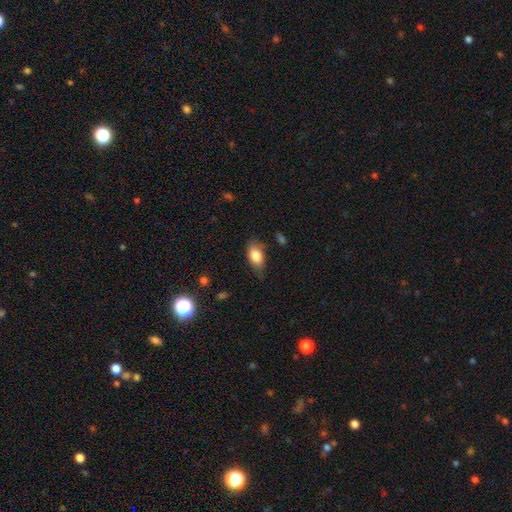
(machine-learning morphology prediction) smooth_or_featured: smooth (p=0.83) [alt: featured or disk p=0.10]
how_rounded: in between (p=0.90) [alt: round p=0.06]
merging: none (p=0.67) [alt: minor disturbance p=0.25]